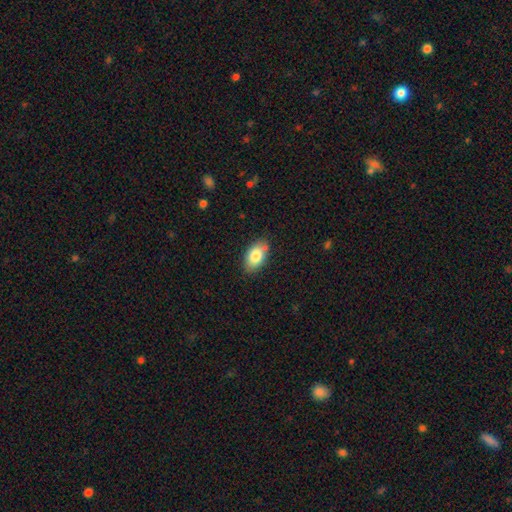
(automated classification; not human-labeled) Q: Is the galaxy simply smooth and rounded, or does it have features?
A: smooth — 82%.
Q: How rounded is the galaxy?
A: in between — 92%.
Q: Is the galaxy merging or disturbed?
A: none — 80%.